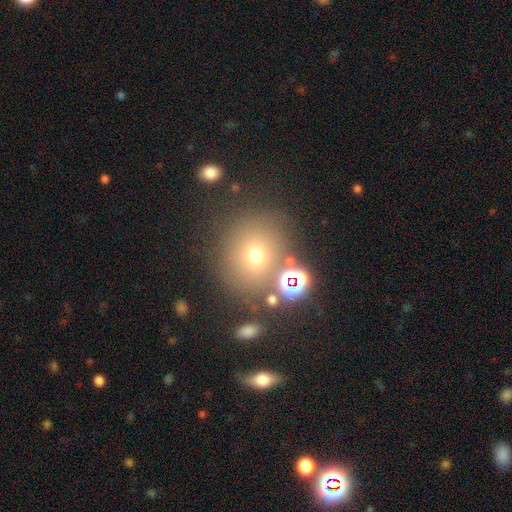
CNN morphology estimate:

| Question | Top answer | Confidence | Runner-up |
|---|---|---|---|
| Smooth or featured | smooth | 64% | star or artifact (23%) |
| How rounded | round | 79% | in between (19%) |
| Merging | none | 75% | minor disturbance (11%) |